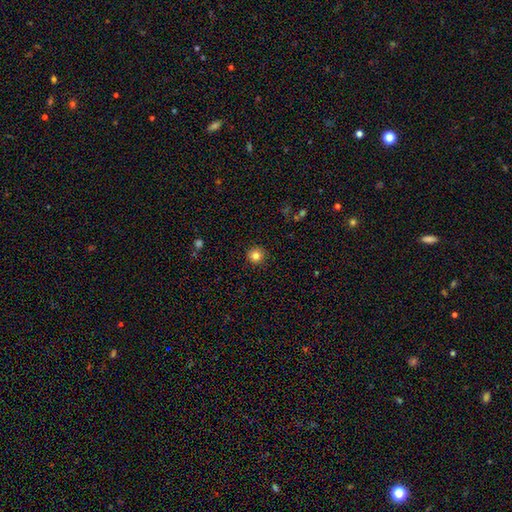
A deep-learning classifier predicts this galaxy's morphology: type=smooth (84%); roundness=round (94%); merging=none (92%).